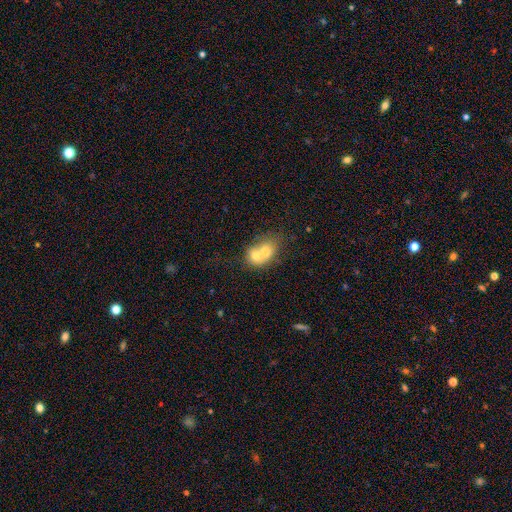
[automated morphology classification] The model was most divided on "how rounded": round: 52%, in between: 47%, cigar-shaped: 1%. More confident: merging — merger (74%); smooth or featured — smooth (66%).